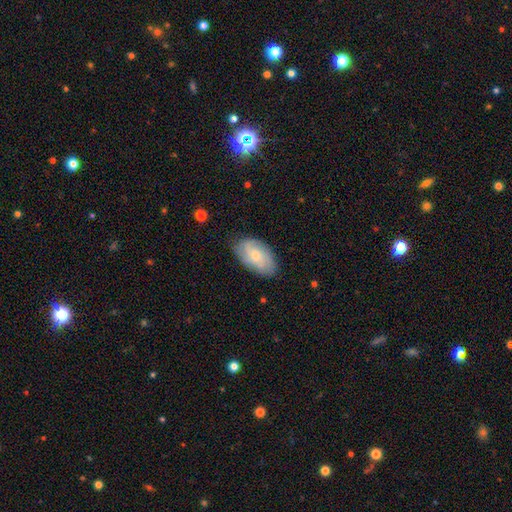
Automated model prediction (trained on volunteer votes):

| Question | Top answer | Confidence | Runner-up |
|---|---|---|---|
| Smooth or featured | smooth | 57% | featured or disk (37%) |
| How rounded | in between | 93% | round (5%) |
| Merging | none | 76% | minor disturbance (19%) |